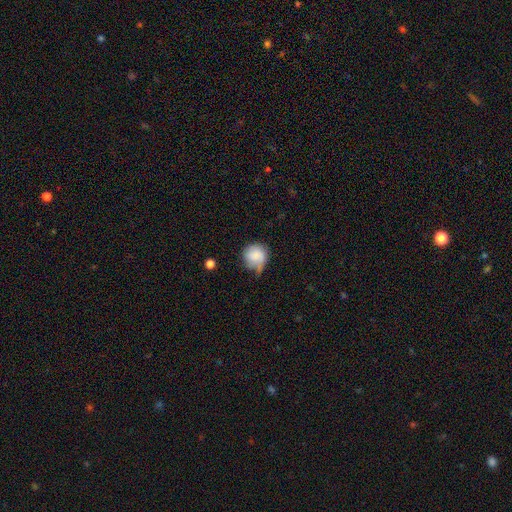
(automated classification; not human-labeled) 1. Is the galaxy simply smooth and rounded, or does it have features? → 72% smooth, 21% featured or disk, 7% star or artifact.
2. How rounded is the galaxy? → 82% round, 17% in between, 1% cigar-shaped.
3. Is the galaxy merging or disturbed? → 40% minor disturbance, 35% none, 21% major disturbance, 4% merger.